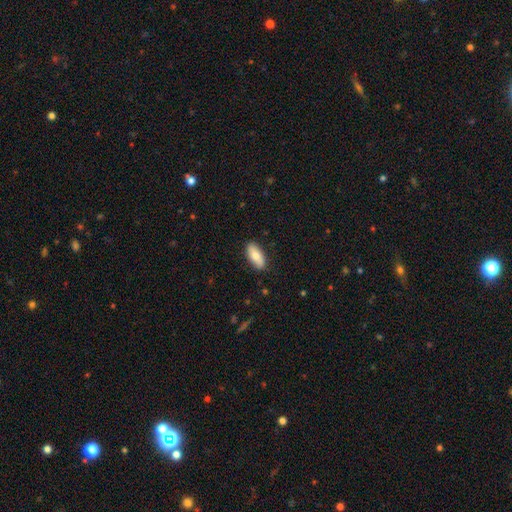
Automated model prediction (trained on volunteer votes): Smooth or featured?
  - smooth: 72% *
  - featured or disk: 22%
  - star or artifact: 6%
How rounded?
  - in between: 82% *
  - cigar-shaped: 15%
  - round: 3%
Merging?
  - none: 86% *
  - minor disturbance: 11%
  - major disturbance: 2%
  - merger: 1%